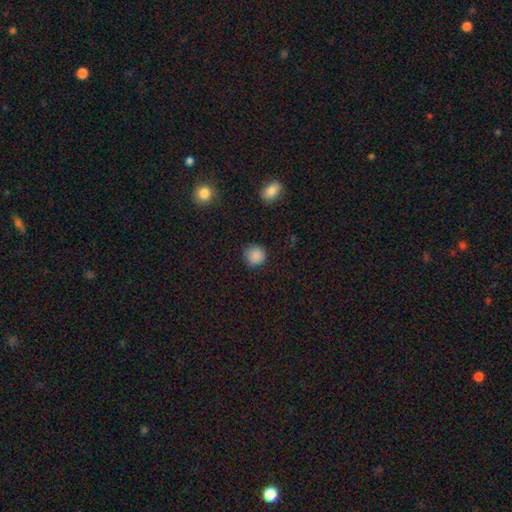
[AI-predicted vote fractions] smooth 87%, star or artifact 10%, featured or disk 3%. Down the decision tree: how rounded — round (92%); merging — none (86%).